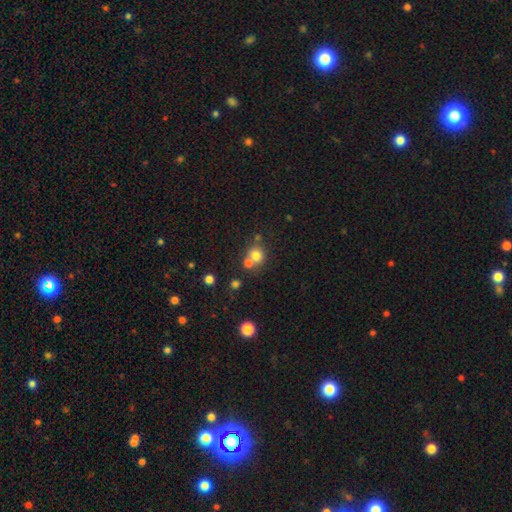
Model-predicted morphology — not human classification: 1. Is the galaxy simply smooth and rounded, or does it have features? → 74% smooth, 14% star or artifact, 12% featured or disk.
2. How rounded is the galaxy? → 82% round, 17% in between, 1% cigar-shaped.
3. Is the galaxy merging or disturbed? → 49% none, 39% merger, 8% minor disturbance, 3% major disturbance.